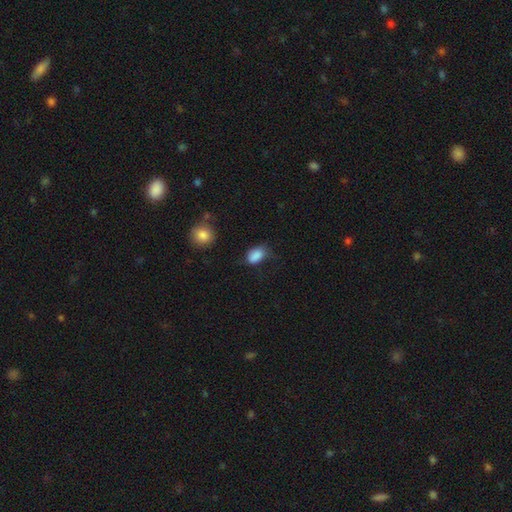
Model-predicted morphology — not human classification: This is clearly a smooth galaxy (86%). How rounded: clearly in between (85%). Merging: possibly none (49%).